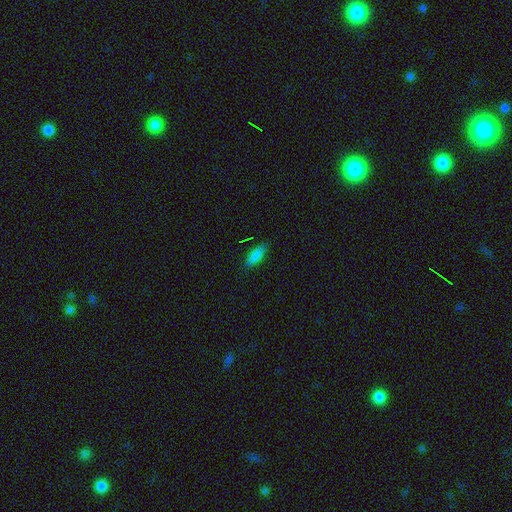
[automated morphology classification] This appears to be a smooth galaxy with no disk features (83%) that is in between round and cigar-shaped (71%). Merging: none (86%).